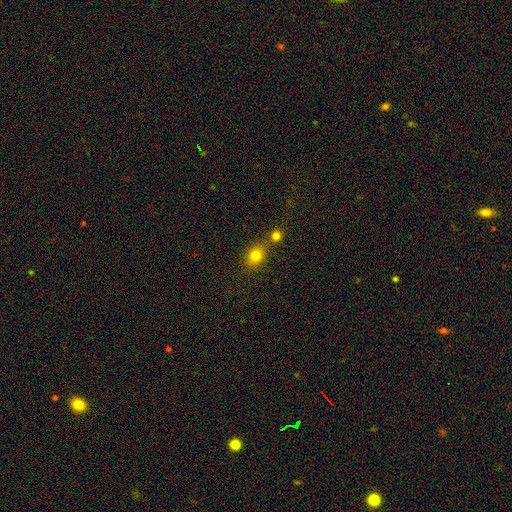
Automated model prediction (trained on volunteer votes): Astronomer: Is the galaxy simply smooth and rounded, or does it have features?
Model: smooth — 79%.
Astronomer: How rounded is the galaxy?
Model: round — 58% (runner-up: in between, 40%).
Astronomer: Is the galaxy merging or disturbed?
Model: none — 60%.